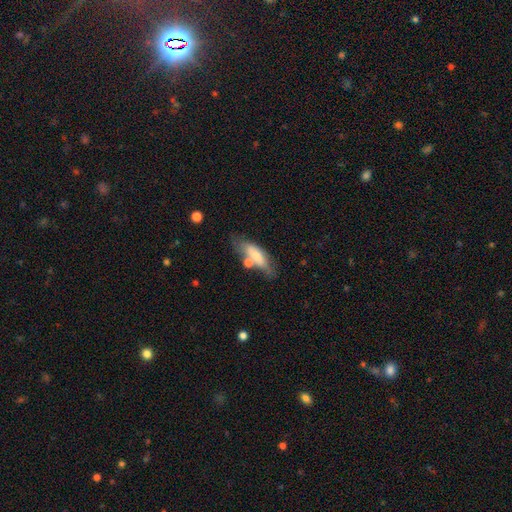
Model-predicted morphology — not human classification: A smooth galaxy with no disk features (64%) that is in between round and cigar-shaped (56%).

Vote fractions:
- Smooth or featured? smooth: 64% / featured or disk: 29% / star or artifact: 7%
- How rounded? in between: 56% / cigar-shaped: 41% / round: 3%
- Merging? none: 51% / minor disturbance: 22% / merger: 19% / major disturbance: 8%